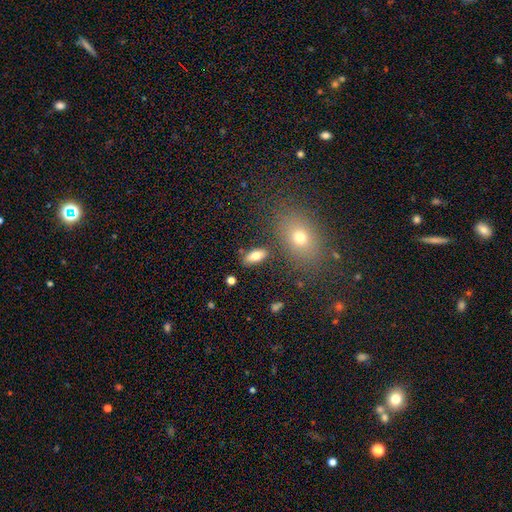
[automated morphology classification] smooth 78%, featured or disk 13%, star or artifact 9%. Down the decision tree: how rounded — in between (87%); merging — none (82%).